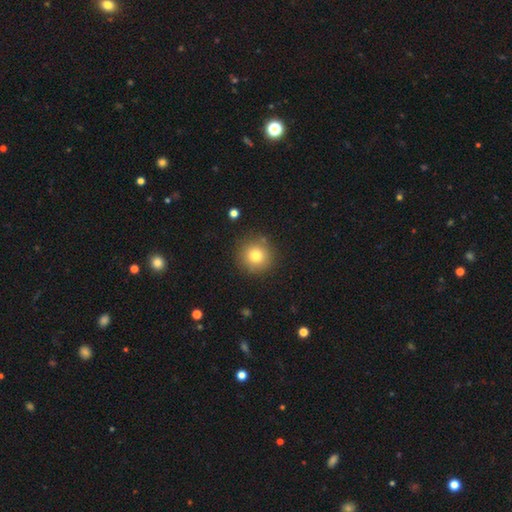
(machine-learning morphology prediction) Smooth or featured? Predicted: smooth (p=0.78). How rounded? Predicted: round (p=0.95). Merging? Predicted: none (p=0.87).